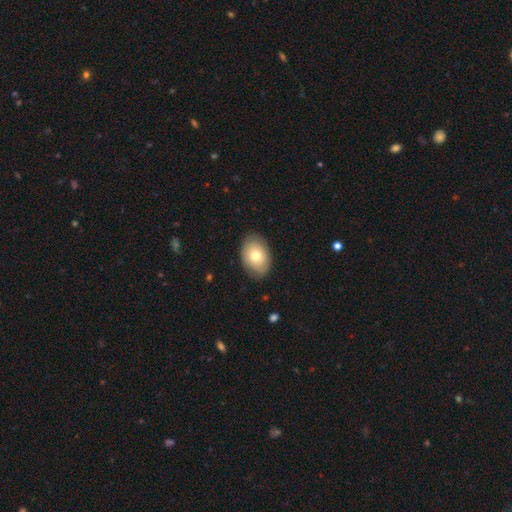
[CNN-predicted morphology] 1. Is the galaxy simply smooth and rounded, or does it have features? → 70% smooth, 23% featured or disk, 7% star or artifact.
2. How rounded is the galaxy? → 81% in between, 18% round, 1% cigar-shaped.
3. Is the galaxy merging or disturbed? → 82% none, 14% minor disturbance, 3% major disturbance, 1% merger.